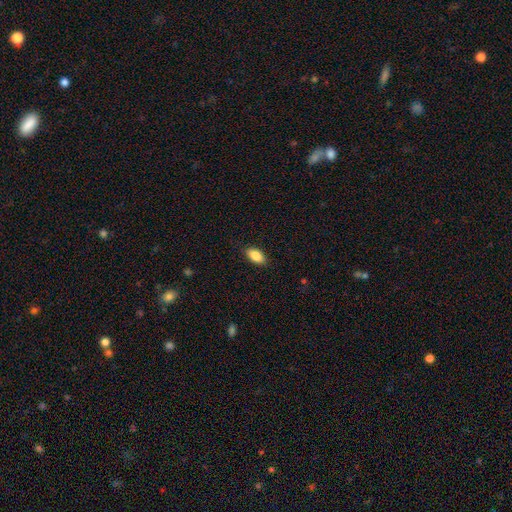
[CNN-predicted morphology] This is clearly a smooth galaxy (87%). How rounded: clearly in between (93%). Merging: clearly none (87%).